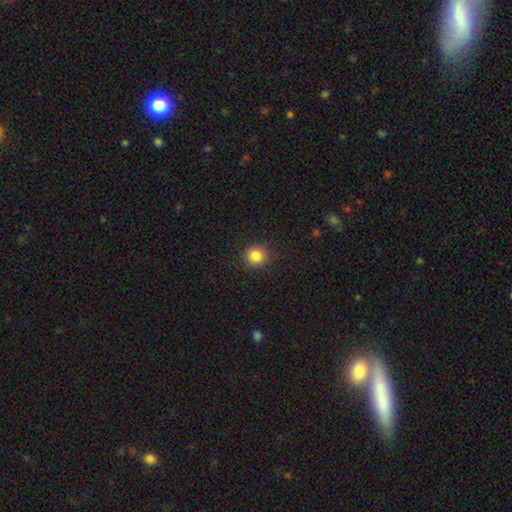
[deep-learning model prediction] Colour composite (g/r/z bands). It shows a smooth galaxy with no disk features (85%) that is round (92%). Merging: none (90%).